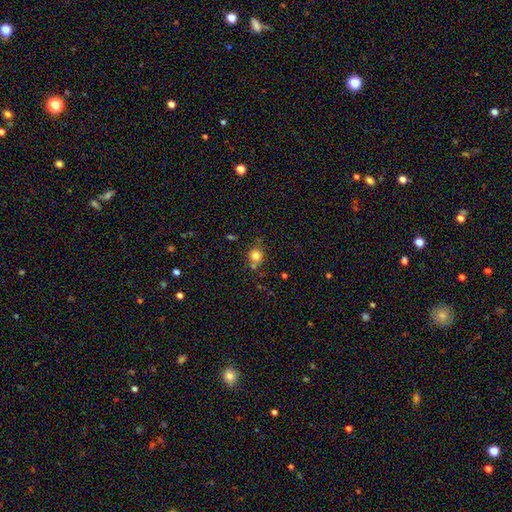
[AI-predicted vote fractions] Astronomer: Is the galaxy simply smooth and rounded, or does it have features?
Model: smooth — 80%.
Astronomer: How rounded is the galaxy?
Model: round — 84%.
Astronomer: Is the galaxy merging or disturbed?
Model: none — 68%.